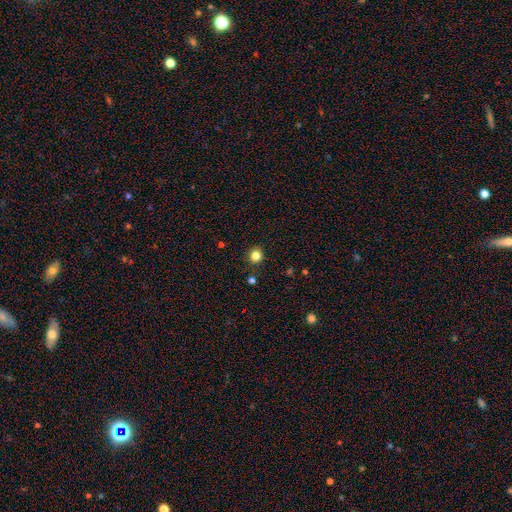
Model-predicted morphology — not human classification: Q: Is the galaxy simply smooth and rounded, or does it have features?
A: smooth — 82%.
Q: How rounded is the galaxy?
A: round — 89%.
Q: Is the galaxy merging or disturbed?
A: none — 90%.